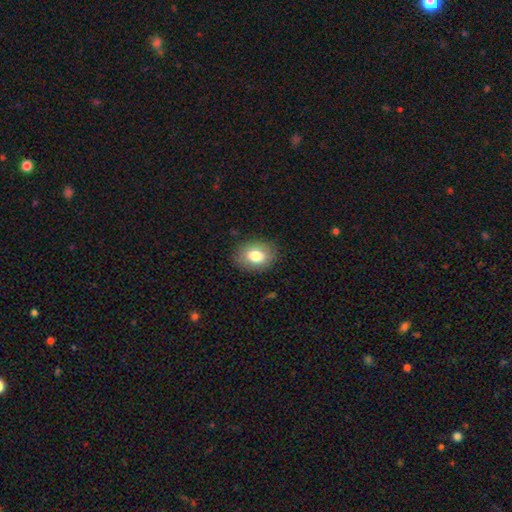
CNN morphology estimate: A smooth galaxy with no disk features (79%) that is in between round and cigar-shaped (64%).

Vote fractions:
- Smooth or featured? smooth: 79% / featured or disk: 12% / star or artifact: 8%
- How rounded? in between: 64% / round: 35% / cigar-shaped: 1%
- Merging? none: 85% / minor disturbance: 11% / major disturbance: 3% / merger: 1%